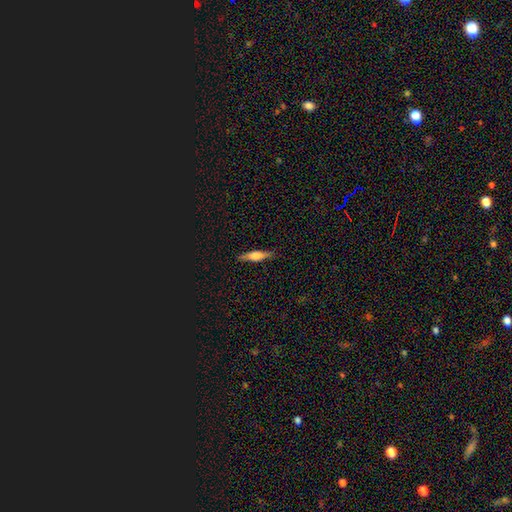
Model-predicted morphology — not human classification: This is possibly a featured or disk galaxy (51%). It is clearly viewed edge-on (95%). Merging: clearly none (87%).